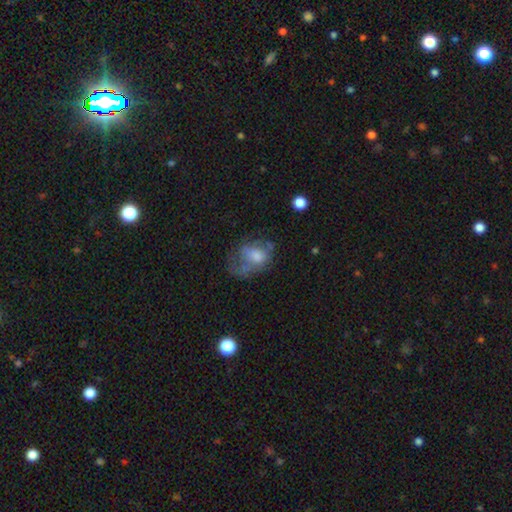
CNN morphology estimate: This appears to be a smooth galaxy with no disk features (49%). Merging: major disturbance (42%).